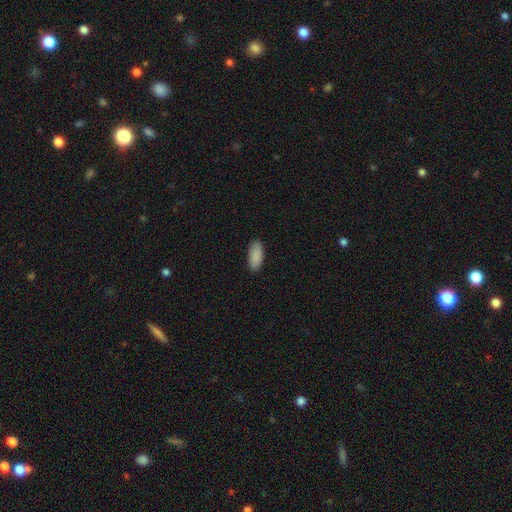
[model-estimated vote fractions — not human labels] A smooth galaxy with no disk features (90%) that is in between round and cigar-shaped (87%).

Vote fractions:
- Smooth or featured? smooth: 90% / star or artifact: 6% / featured or disk: 4%
- How rounded? in between: 87% / cigar-shaped: 11% / round: 2%
- Merging? none: 87% / minor disturbance: 10% / major disturbance: 2% / merger: 1%